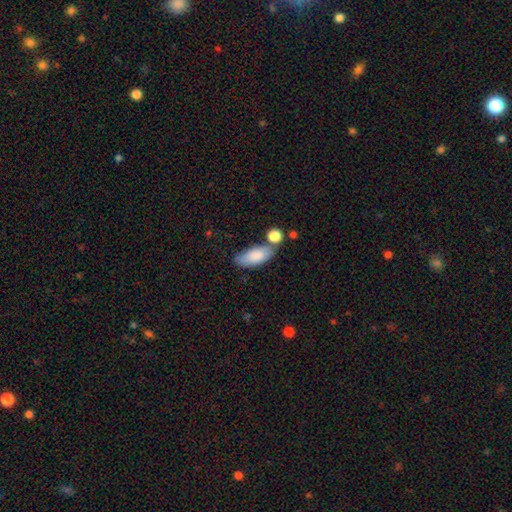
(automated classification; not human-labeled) This appears to be a smooth galaxy with no disk features (84%) that is in between round and cigar-shaped (84%). Merging: none (61%).